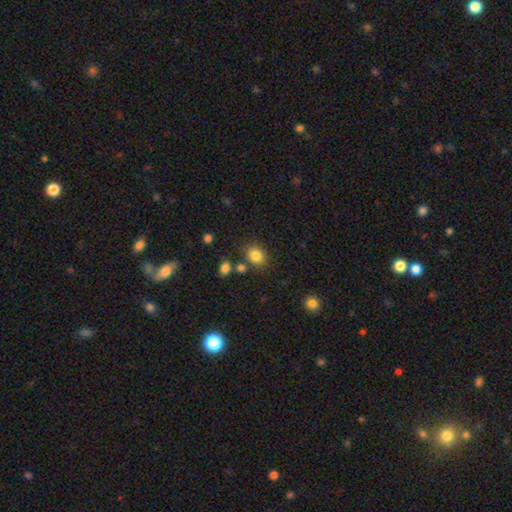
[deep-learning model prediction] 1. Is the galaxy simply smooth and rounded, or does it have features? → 84% smooth, 10% star or artifact, 6% featured or disk.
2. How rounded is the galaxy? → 51% round, 48% in between, 1% cigar-shaped.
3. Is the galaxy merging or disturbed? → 75% none, 12% minor disturbance, 9% merger, 4% major disturbance.